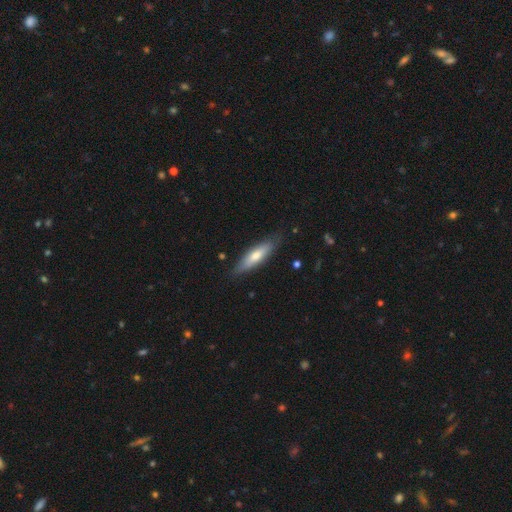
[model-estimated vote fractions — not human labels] A smooth galaxy with no disk features (61%) that is cigar-shaped (70%). Merging: none (84%).